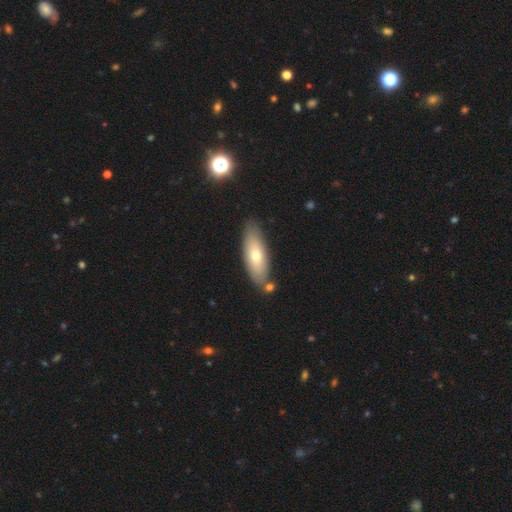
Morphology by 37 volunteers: A smooth galaxy with no disk features (62%) that is in between round and cigar-shaped (61%). Merging: none (71%).